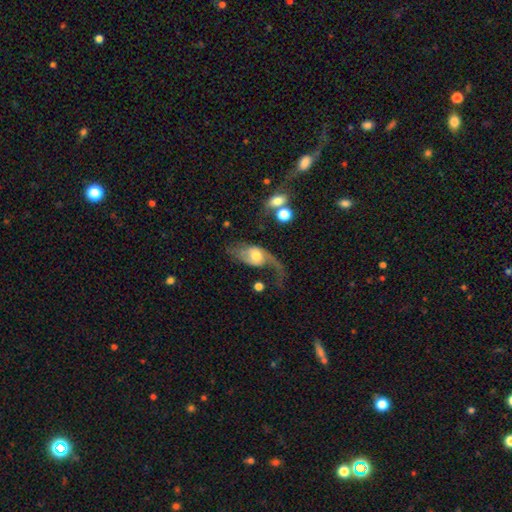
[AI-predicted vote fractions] Overall: featured or disk (70%). Edge-on disk: no (94%). Bar: no (65%; weak 29%). Spiral arms: yes (87%). Spiral arm count: 2 (50%; 1 43%). Spiral winding: loose (73%). Bulge size: moderate (61%; small 21%). Merging: major disturbance (45%; none 30%).